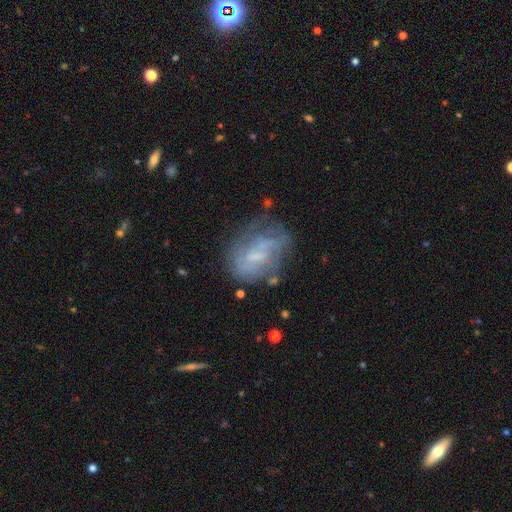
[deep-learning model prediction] Smooth or featured?
  - featured or disk: 60% *
  - smooth: 28%
  - star or artifact: 11%
Edge-on disk?
  - no: 96% *
  - yes: 4%
Bar?
  - no: 51% *
  - weak: 40%
  - strong: 10%
Spiral arms?
  - yes: 58% *
  - no: 42%
Bulge size?
  - small: 43% *
  - none: 29%
  - moderate: 24%
  - large: 3%
  - dominant: 1%
Merging?
  - none: 54% *
  - minor disturbance: 24%
  - major disturbance: 18%
  - merger: 4%